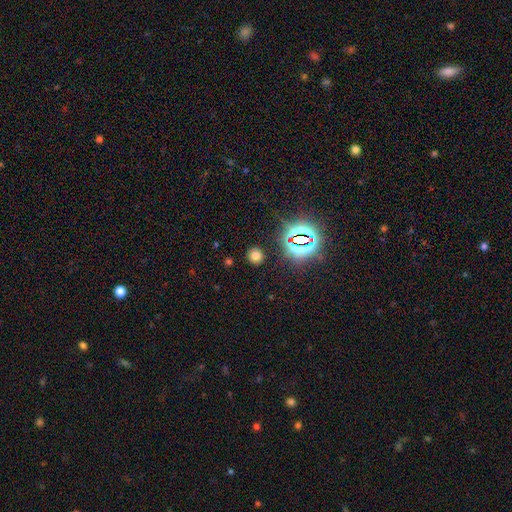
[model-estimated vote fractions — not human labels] A smooth galaxy with no disk features (67%) that is round (89%). Merging: none (89%).